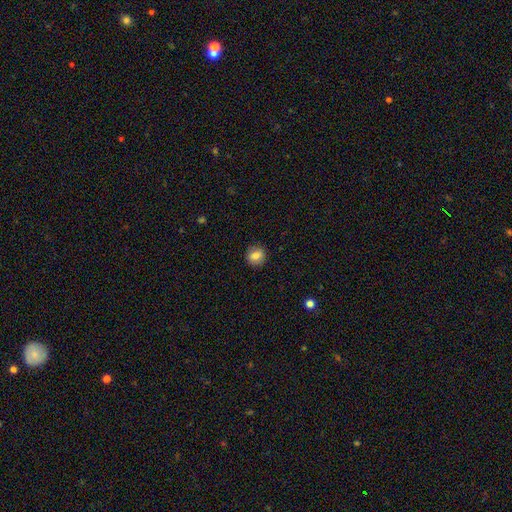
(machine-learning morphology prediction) Smooth or featured? Predicted: smooth (p=0.82). How rounded? Predicted: round (p=0.77). Merging? Predicted: none (p=0.89).